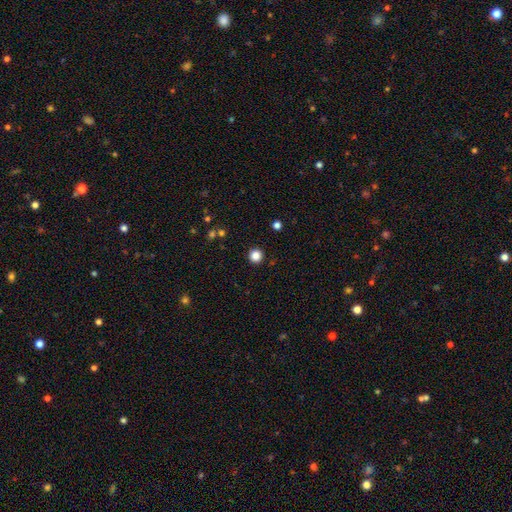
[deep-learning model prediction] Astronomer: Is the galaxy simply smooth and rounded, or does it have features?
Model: smooth — 84%.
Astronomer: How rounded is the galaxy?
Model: round — 96%.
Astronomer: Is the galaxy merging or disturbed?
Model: none — 93%.